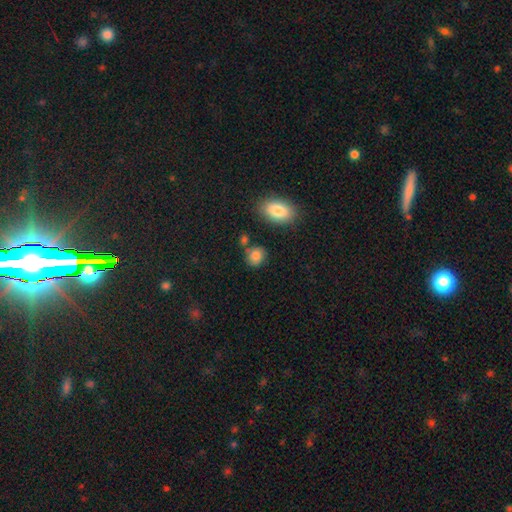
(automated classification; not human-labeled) Overall: smooth (85%). How rounded: round (65%; in between 33%). Merging: none (69%).